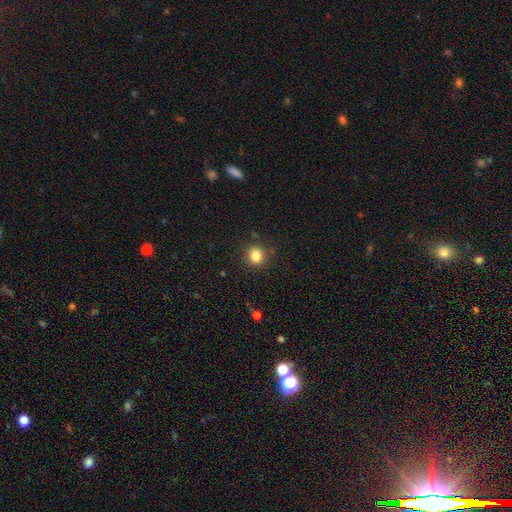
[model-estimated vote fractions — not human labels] This is clearly a smooth galaxy (83%). How rounded: clearly round (83%). Merging: clearly none (88%).